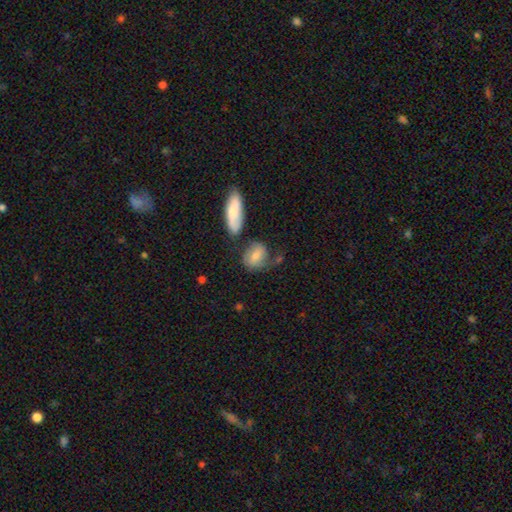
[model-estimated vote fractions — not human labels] smooth_or_featured: smooth (p=0.66) [alt: featured or disk p=0.27]
how_rounded: in between (p=0.56) [alt: round p=0.40]
merging: none (p=0.49) [alt: minor disturbance p=0.23]